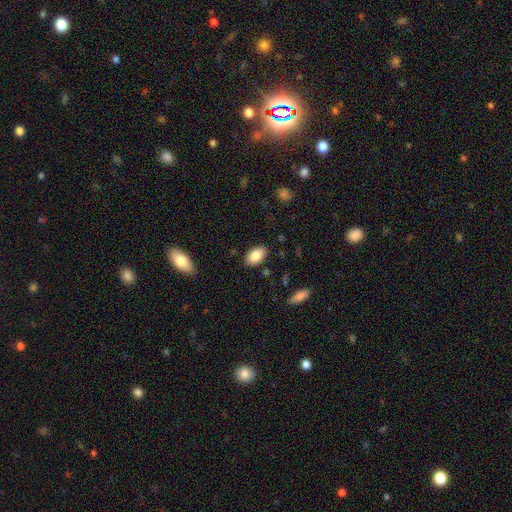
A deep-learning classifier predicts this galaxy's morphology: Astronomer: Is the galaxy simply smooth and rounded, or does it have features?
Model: smooth — 85%.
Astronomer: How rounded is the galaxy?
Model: in between — 92%.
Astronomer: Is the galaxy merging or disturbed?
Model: none — 86%.